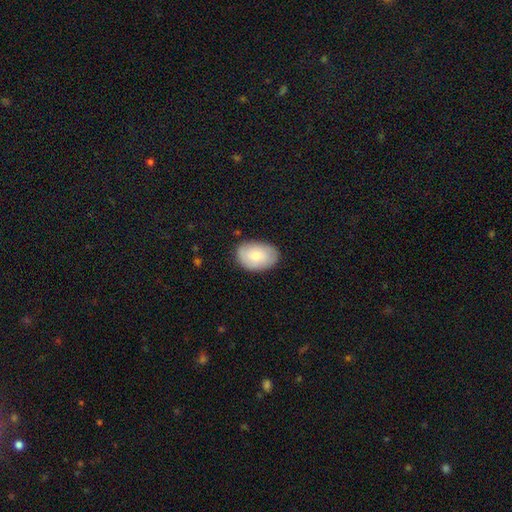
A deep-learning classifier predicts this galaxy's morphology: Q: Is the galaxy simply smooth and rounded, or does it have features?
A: smooth — 73%.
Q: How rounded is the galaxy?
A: in between — 85%.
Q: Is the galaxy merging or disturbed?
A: none — 82%.